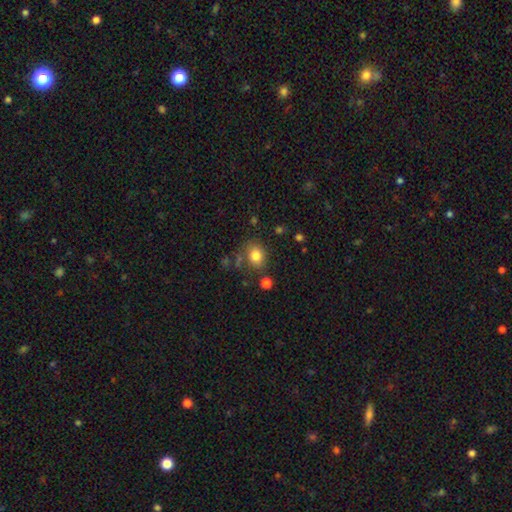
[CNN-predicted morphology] smooth 81%, star or artifact 11%, featured or disk 8%. Down the decision tree: how rounded — round (59%); merging — none (70%).